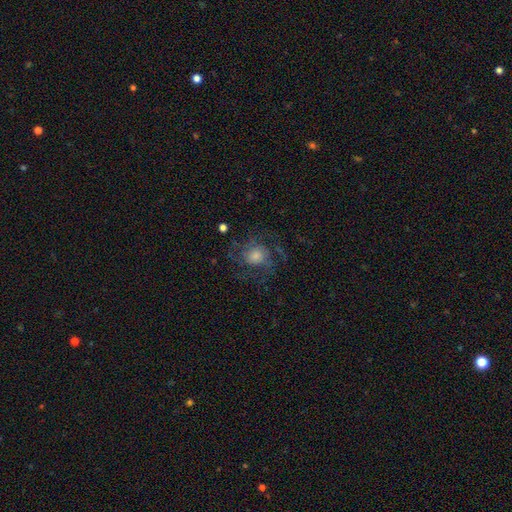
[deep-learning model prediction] This appears to be a featured or disk galaxy (64%) with no bar (75%), medium (47%) spiral arms (87%) and a moderate central bulge (46%). Merging: none (67%).